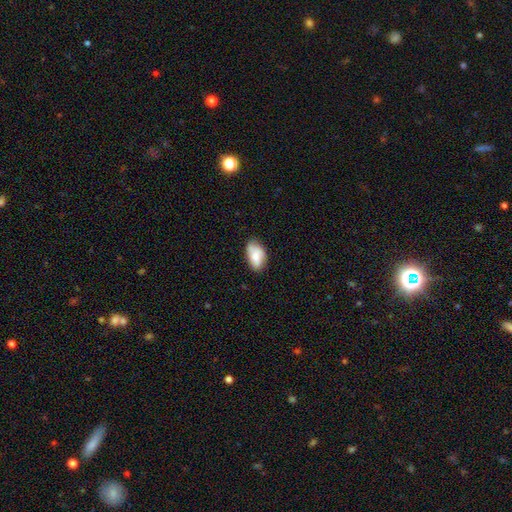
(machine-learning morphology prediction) Smooth or featured: smooth — 72% (featured or disk — 21%)
How rounded: in between — 92% (round — 6%)
Merging: none — 60% (minor disturbance — 30%)